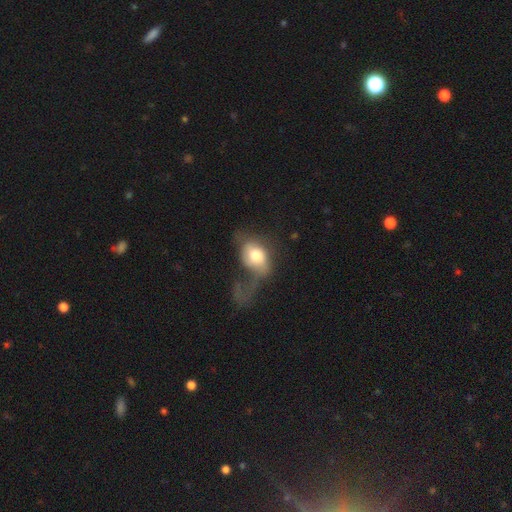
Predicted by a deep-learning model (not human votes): Morphology: type=smooth (64%); roundness=in between (68%); merging=major disturbance (61%).